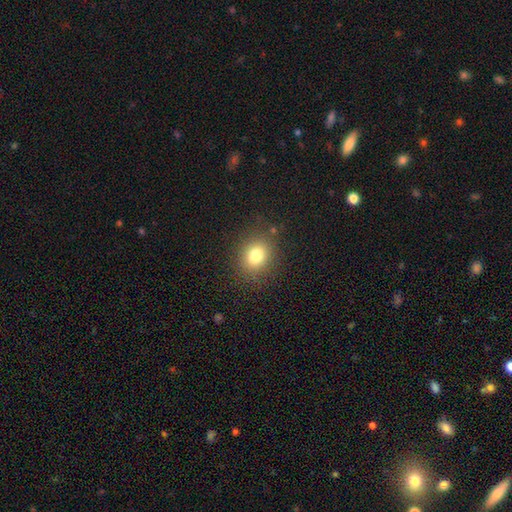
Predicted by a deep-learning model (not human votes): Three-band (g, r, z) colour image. It shows a smooth galaxy with no disk features (78%) that is round (60%). Merging: none (85%).